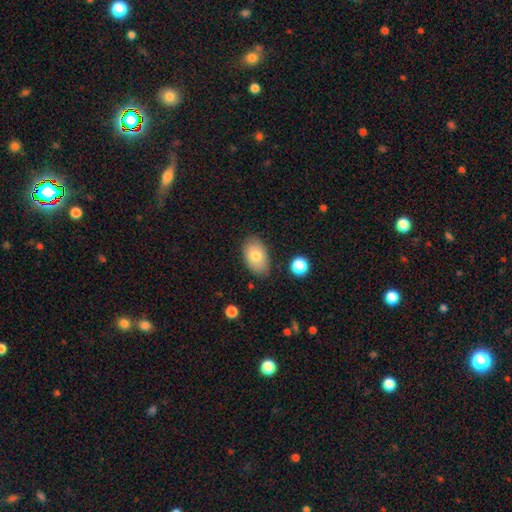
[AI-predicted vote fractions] Smooth or featured?
  - smooth: 78% *
  - featured or disk: 14%
  - star or artifact: 7%
How rounded?
  - in between: 90% *
  - round: 9%
  - cigar-shaped: 1%
Merging?
  - none: 80% *
  - minor disturbance: 15%
  - major disturbance: 3%
  - merger: 2%